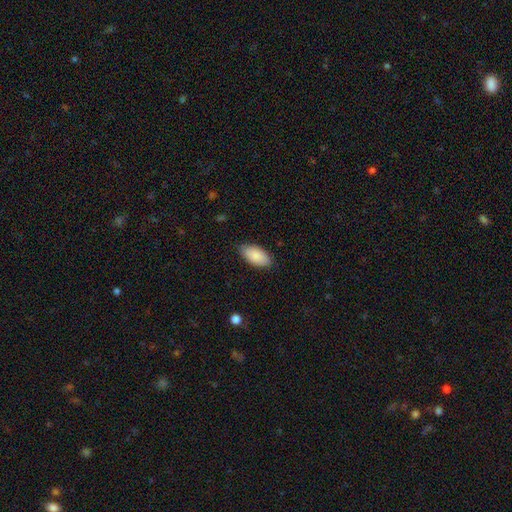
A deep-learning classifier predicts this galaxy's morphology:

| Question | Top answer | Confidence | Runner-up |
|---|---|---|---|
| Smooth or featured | smooth | 88% | featured or disk (6%) |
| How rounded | in between | 94% | cigar-shaped (4%) |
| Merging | none | 84% | minor disturbance (13%) |